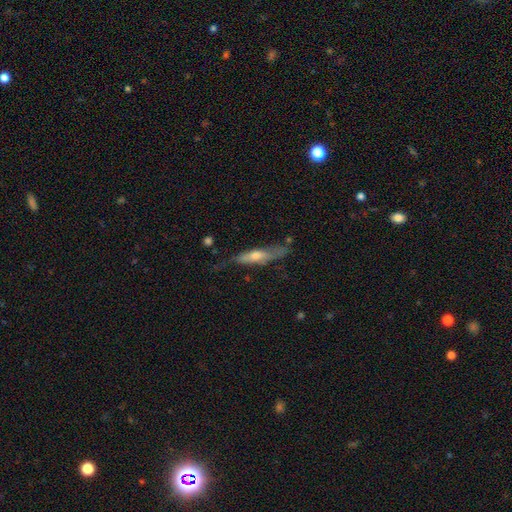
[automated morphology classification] Q: Smooth or featured?
A: featured or disk (49%); runner-up: smooth (44%)
Q: Merging?
A: none (57%); runner-up: minor disturbance (27%)